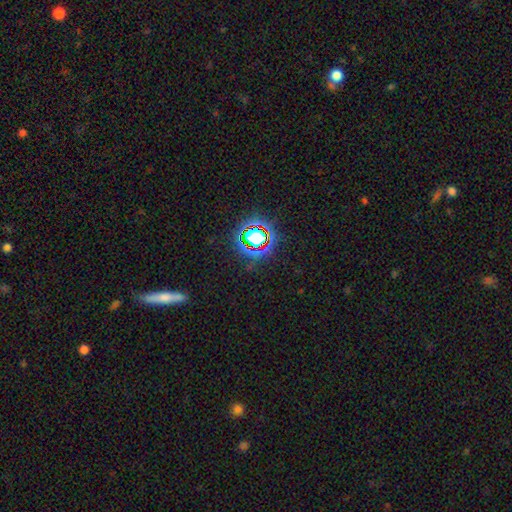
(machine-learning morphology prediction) smooth_or_featured: star or artifact (p=0.73) [alt: smooth p=0.16]